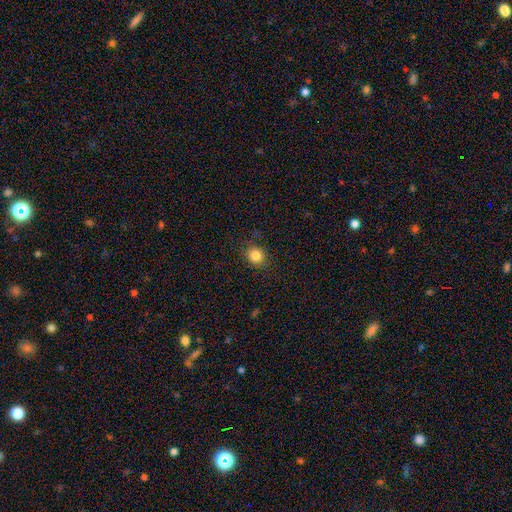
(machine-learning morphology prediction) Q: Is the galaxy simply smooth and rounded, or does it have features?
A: smooth — 84%.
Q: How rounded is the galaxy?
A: round — 75%.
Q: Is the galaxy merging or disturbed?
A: none — 83%.